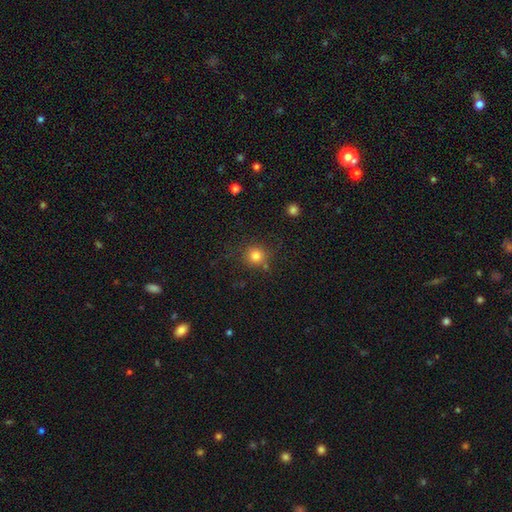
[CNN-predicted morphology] smooth 80%, star or artifact 14%, featured or disk 7%. Down the decision tree: how rounded — round (92%); merging — none (82%).